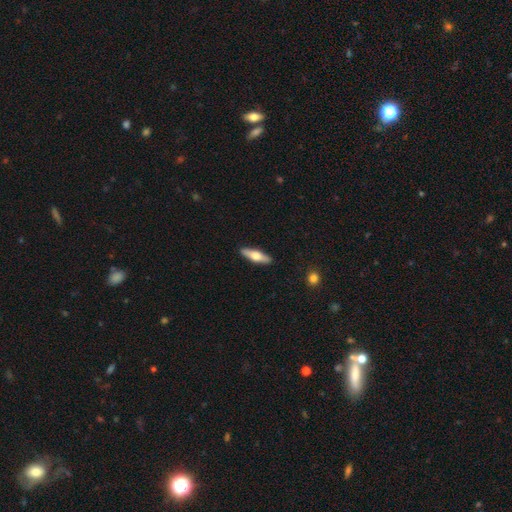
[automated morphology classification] A smooth galaxy with no disk features (52%) that is cigar-shaped (61%). Merging: none (90%).